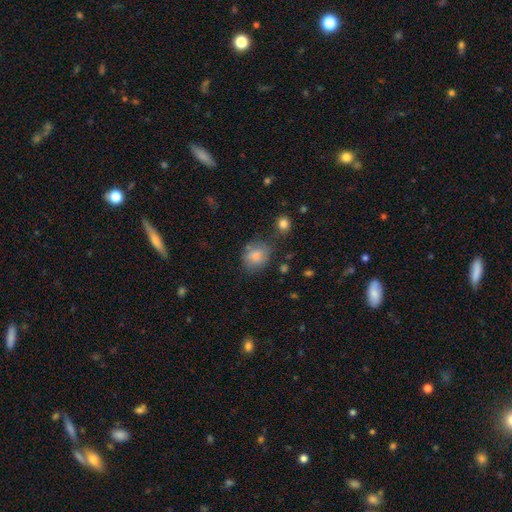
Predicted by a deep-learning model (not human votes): The model was most divided on "how rounded": round: 64%, in between: 35%, cigar-shaped: 1%. More confident: smooth or featured — smooth (80%); merging — none (67%).